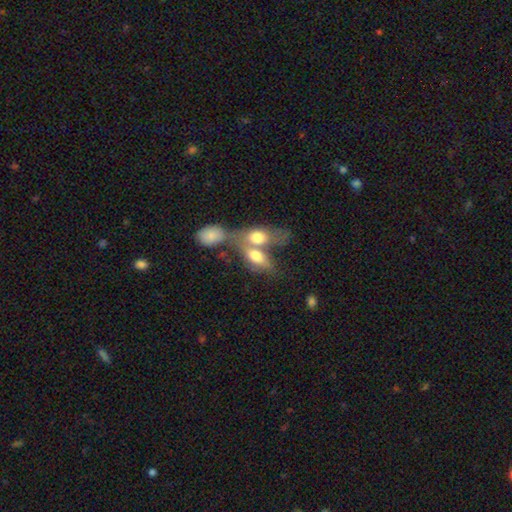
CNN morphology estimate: The model was most divided on "smooth or featured": smooth: 69%, featured or disk: 23%, star or artifact: 8%. More confident: how rounded — in between (81%); merging — merger (68%).